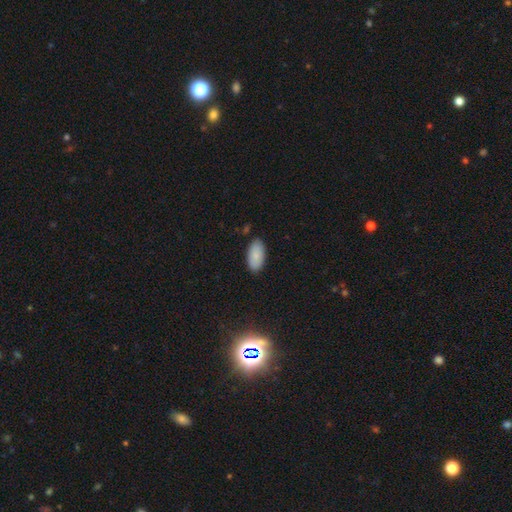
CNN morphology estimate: Q: Smooth or featured?
A: smooth (87%); runner-up: featured or disk (7%)
Q: How rounded?
A: in between (94%); runner-up: cigar-shaped (4%)
Q: Merging?
A: none (86%); runner-up: minor disturbance (10%)